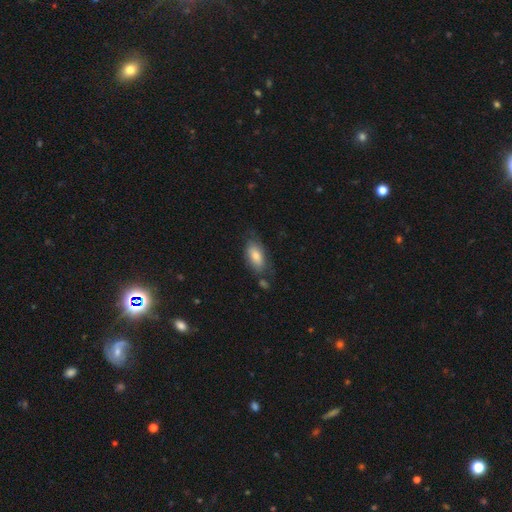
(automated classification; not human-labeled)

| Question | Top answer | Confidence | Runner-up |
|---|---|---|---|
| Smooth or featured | smooth | 76% | featured or disk (17%) |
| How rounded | in between | 89% | cigar-shaped (8%) |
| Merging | none | 62% | minor disturbance (24%) |